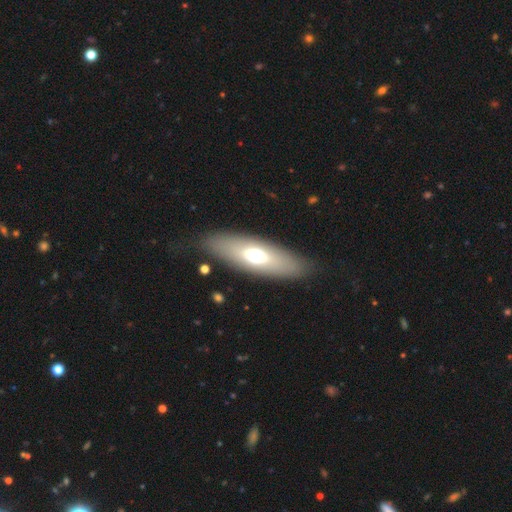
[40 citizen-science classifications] Smooth or featured: featured or disk — 52% (smooth — 48%)
Edge-on disk: no — 81% (yes — 19%)
Bar: no — 94% (weak — 6%)
Spiral arms: no — 100%
Bulge size: moderate — 71% (large — 18%)
Merging: none — 90% (minor disturbance — 10%)